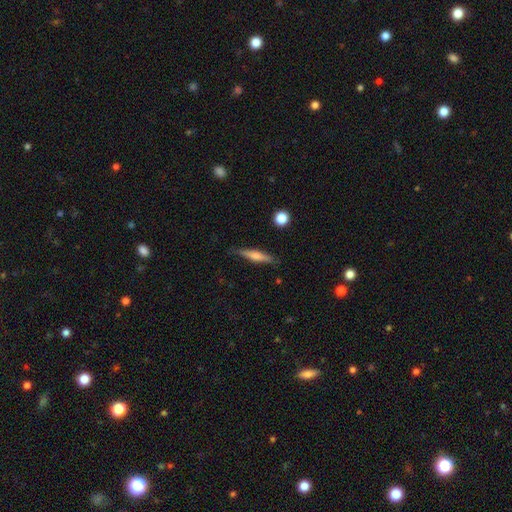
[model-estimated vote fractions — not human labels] smooth 47% (tied), featured or disk 47% (tied), star or artifact 7%. Down the decision tree: merging — none (83%).